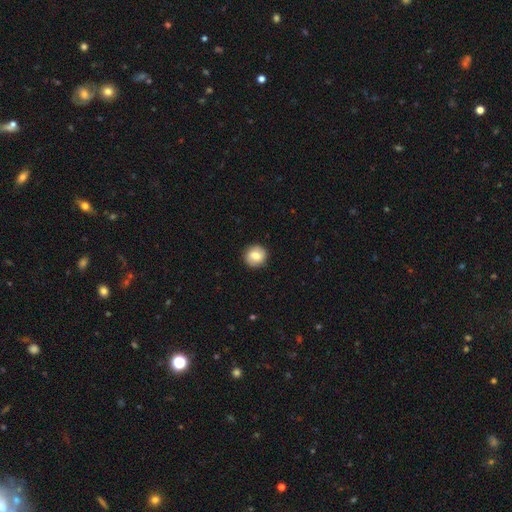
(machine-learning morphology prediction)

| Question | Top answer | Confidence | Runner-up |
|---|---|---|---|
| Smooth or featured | smooth | 79% | featured or disk (14%) |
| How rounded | round | 91% | in between (8%) |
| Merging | none | 90% | minor disturbance (7%) |